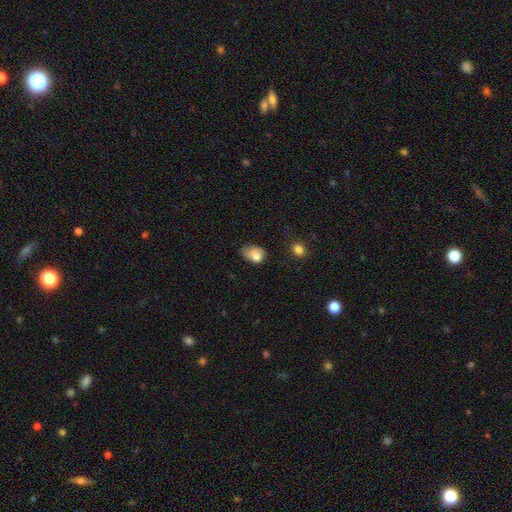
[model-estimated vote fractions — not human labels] This is likely a smooth galaxy (78%). How rounded: likely in between (69%). Merging: marginally minor disturbance (43%).